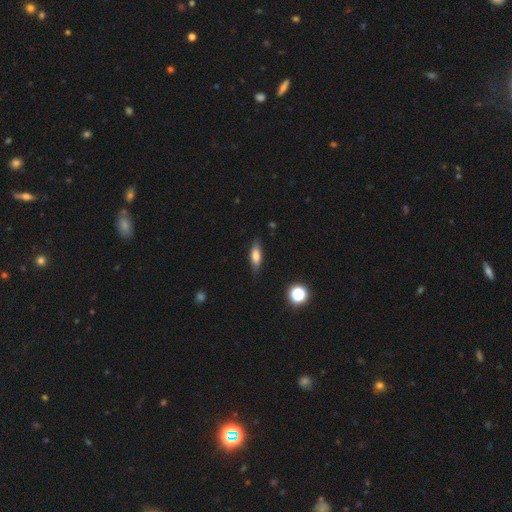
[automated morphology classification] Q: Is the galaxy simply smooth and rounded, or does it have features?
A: smooth — 70%.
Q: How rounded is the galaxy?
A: in between — 60%.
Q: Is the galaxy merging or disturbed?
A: none — 81%.